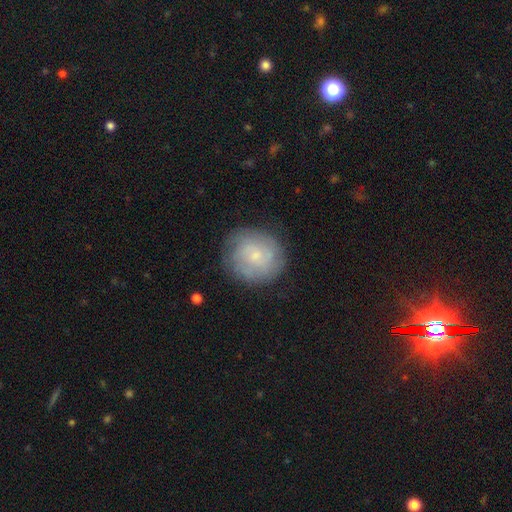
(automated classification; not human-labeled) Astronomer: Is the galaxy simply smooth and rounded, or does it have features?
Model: smooth — 48% (runner-up: featured or disk, 44%).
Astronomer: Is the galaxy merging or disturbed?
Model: none — 80%.